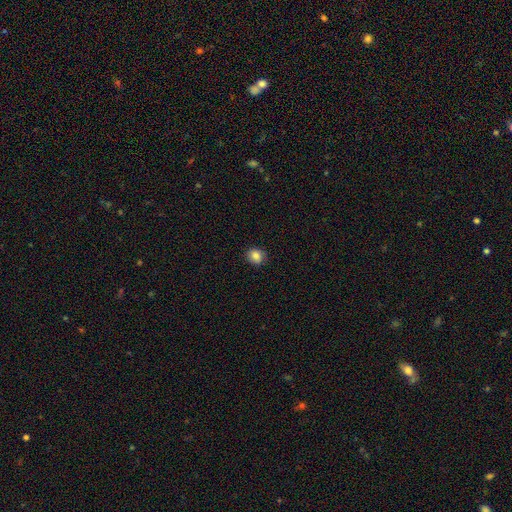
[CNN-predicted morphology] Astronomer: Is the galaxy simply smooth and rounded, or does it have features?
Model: smooth — 83%.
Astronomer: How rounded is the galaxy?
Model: round — 70%.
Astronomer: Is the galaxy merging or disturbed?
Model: none — 86%.